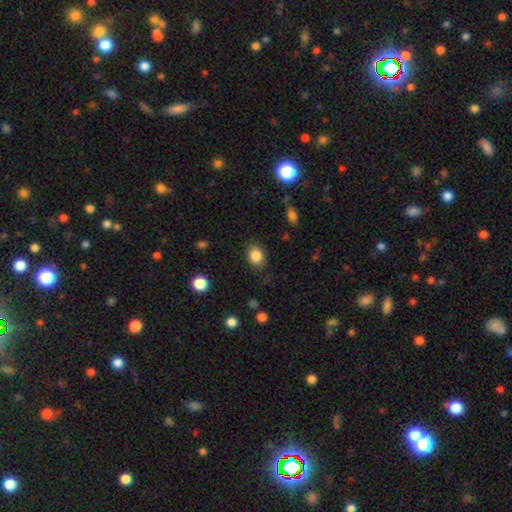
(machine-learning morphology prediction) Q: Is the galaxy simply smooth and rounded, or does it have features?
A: smooth — 86%.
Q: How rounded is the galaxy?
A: in between — 51%.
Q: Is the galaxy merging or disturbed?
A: none — 78%.